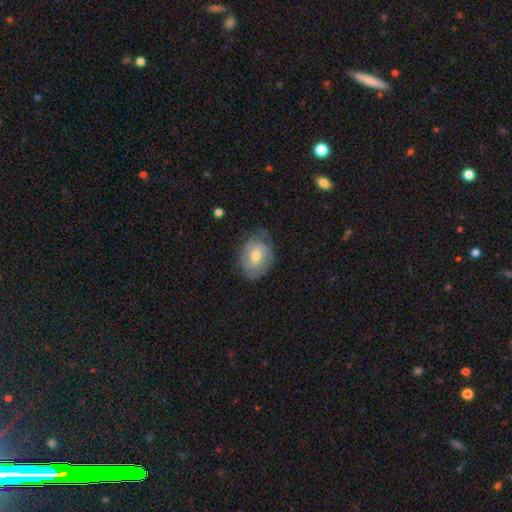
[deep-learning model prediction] Smooth or featured? Predicted: featured or disk (p=0.48). Merging? Predicted: none (p=0.63).